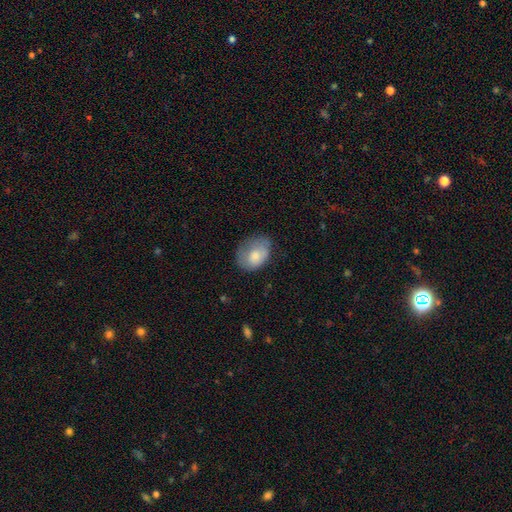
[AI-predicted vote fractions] A smooth galaxy with no disk features (73%) that is in between round and cigar-shaped (67%). Merging: none (48%).